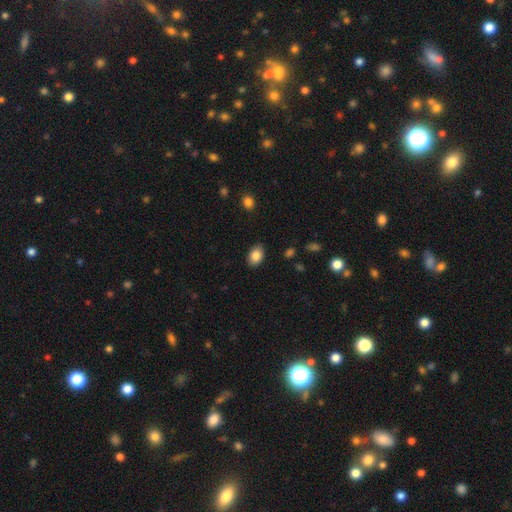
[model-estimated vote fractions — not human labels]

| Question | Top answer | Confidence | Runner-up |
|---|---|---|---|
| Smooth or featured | smooth | 85% | star or artifact (8%) |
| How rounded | in between | 83% | round (16%) |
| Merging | none | 86% | minor disturbance (10%) |